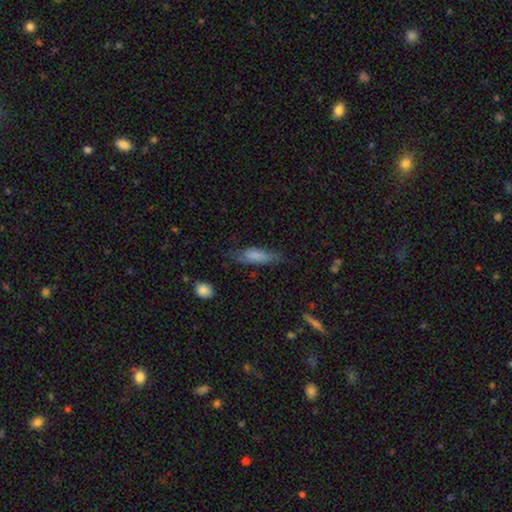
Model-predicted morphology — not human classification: smooth_or_featured: smooth (p=0.75) [alt: featured or disk p=0.17]
how_rounded: cigar-shaped (p=0.56) [alt: in between p=0.42]
merging: none (p=0.62) [alt: minor disturbance p=0.26]